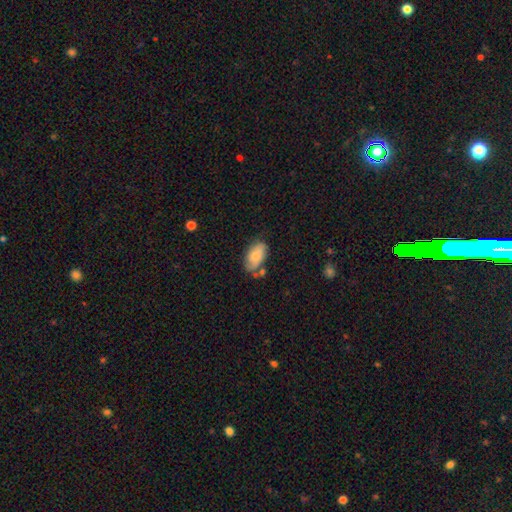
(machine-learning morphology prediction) Smooth or featured?
  - smooth: 74% *
  - featured or disk: 19%
  - star or artifact: 7%
How rounded?
  - in between: 94% *
  - round: 4%
  - cigar-shaped: 2%
Merging?
  - none: 59% *
  - minor disturbance: 24%
  - merger: 10%
  - major disturbance: 6%